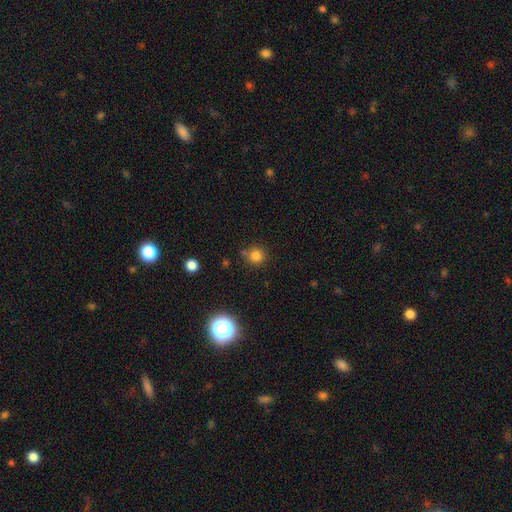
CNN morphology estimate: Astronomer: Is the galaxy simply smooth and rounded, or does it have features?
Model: smooth — 80%.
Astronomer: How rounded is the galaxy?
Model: round — 92%.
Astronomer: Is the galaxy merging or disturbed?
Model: none — 77%.